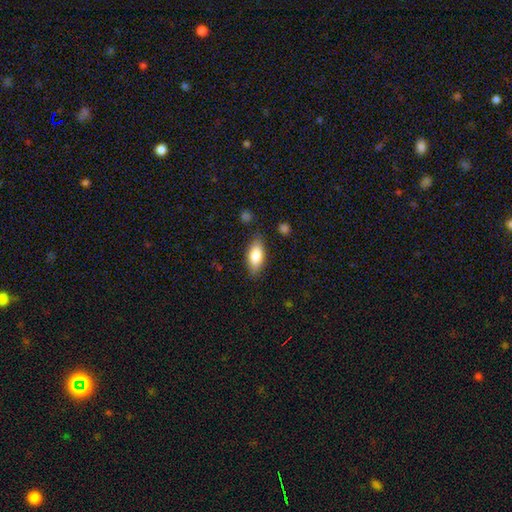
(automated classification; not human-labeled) The model was most divided on "smooth or featured": smooth: 81%, featured or disk: 13%, star or artifact: 7%. More confident: how rounded — in between (84%); merging — none (83%).